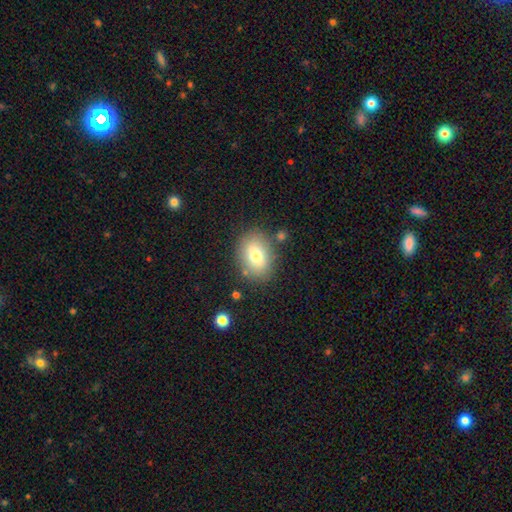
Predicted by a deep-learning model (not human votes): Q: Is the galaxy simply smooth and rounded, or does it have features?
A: smooth — 74%.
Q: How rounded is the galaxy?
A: in between — 71%.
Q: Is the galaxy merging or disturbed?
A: none — 79%.